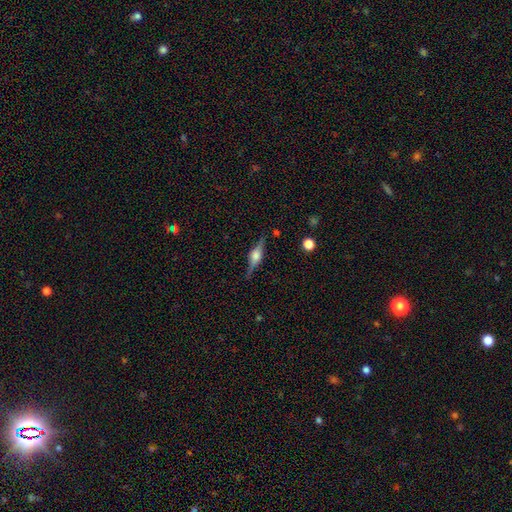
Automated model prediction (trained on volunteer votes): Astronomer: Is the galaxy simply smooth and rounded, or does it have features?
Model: featured or disk — 79%.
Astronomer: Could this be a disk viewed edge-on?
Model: yes — 97%.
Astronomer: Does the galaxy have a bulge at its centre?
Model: rounded — 87%.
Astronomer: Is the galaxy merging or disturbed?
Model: none — 87%.